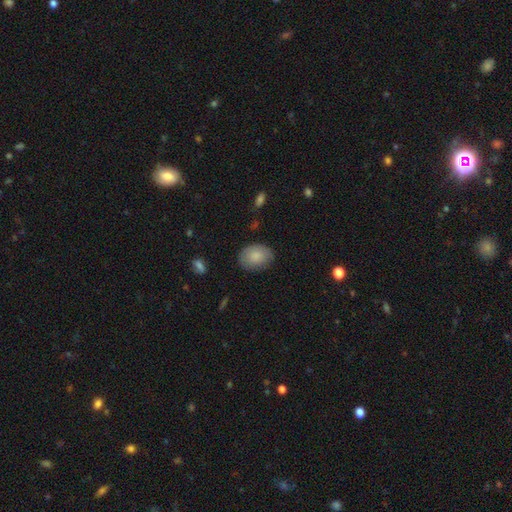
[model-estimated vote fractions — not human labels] Smooth or featured?
  - smooth: 82% *
  - featured or disk: 11%
  - star or artifact: 7%
How rounded?
  - in between: 76% *
  - round: 23%
  - cigar-shaped: 1%
Merging?
  - none: 80% *
  - minor disturbance: 16%
  - major disturbance: 3%
  - merger: 1%